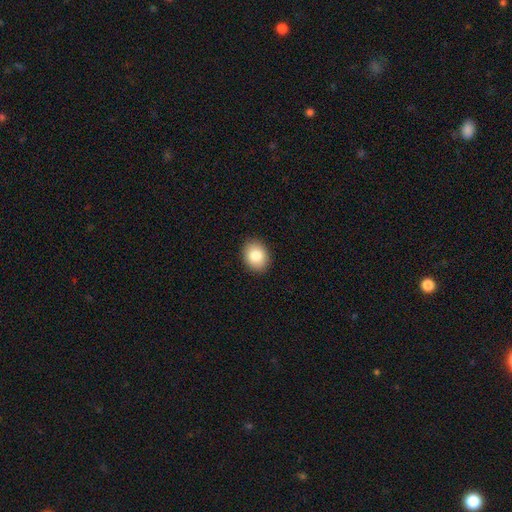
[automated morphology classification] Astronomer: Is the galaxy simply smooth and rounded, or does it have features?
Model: smooth — 85%.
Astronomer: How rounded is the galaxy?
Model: in between — 58% (runner-up: round, 41%).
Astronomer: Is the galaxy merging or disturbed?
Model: none — 91%.